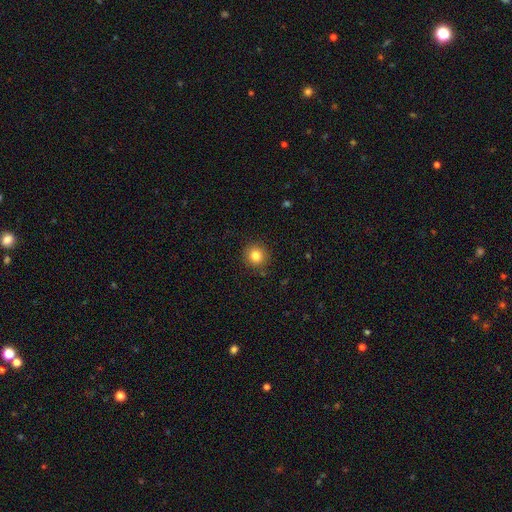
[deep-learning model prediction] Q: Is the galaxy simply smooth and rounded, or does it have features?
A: smooth — 82%.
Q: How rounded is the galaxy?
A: round — 91%.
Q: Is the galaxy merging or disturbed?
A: none — 90%.